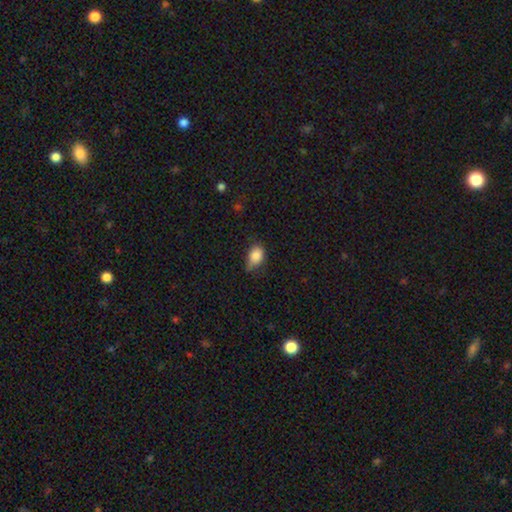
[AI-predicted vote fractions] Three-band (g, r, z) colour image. It shows a smooth galaxy with no disk features (84%) that is in between round and cigar-shaped (79%). Merging: none (45%).